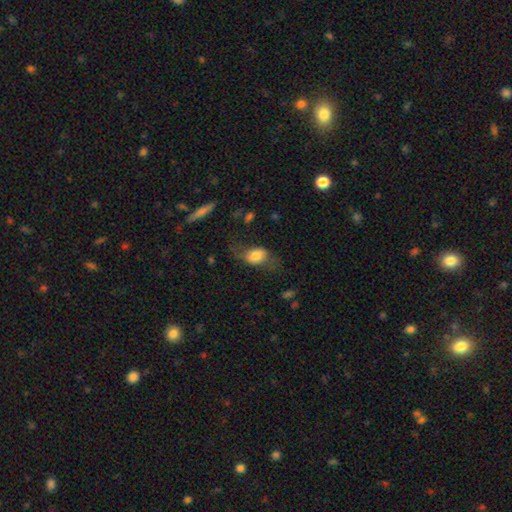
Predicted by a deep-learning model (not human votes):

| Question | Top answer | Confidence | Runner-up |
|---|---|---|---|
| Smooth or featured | smooth | 66% | featured or disk (26%) |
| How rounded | in between | 79% | round (18%) |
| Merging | none | 45% | major disturbance (27%) |